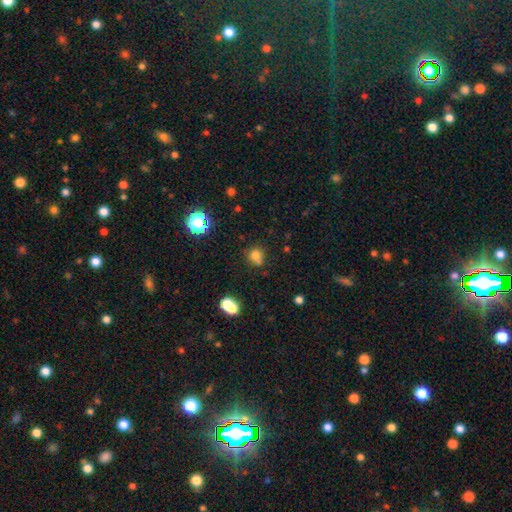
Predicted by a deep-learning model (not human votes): This appears to be a smooth galaxy with no disk features (74%) that is round (86%). Merging: none (63%).